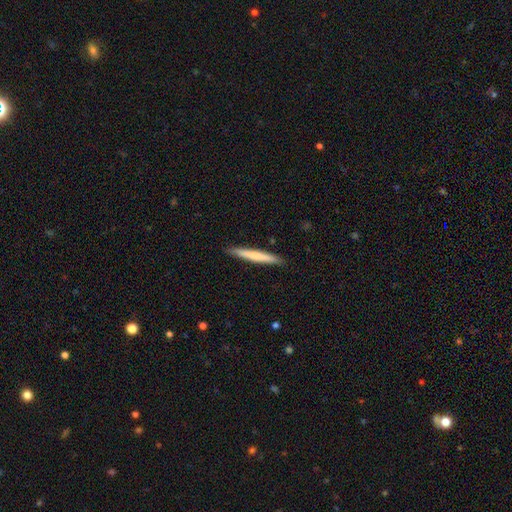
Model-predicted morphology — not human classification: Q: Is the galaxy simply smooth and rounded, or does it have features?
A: smooth — 67%.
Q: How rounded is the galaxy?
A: cigar-shaped — 96%.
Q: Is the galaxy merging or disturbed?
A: none — 91%.